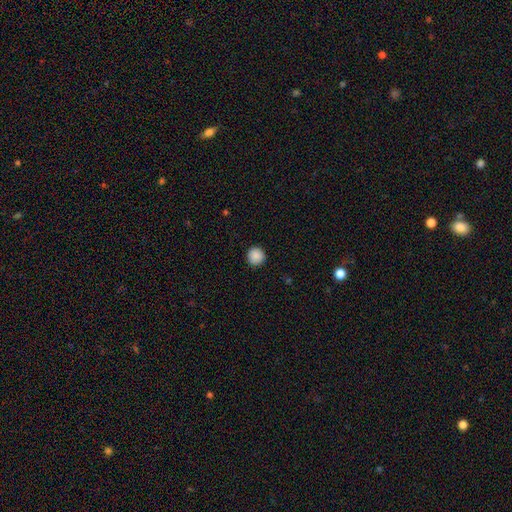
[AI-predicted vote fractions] A smooth galaxy with no disk features (89%) that is round (94%).

Vote fractions:
- Smooth or featured? smooth: 89% / star or artifact: 9% / featured or disk: 2%
- How rounded? round: 94% / in between: 5% / cigar-shaped: 1%
- Merging? none: 91% / minor disturbance: 6% / major disturbance: 2% / merger: 1%